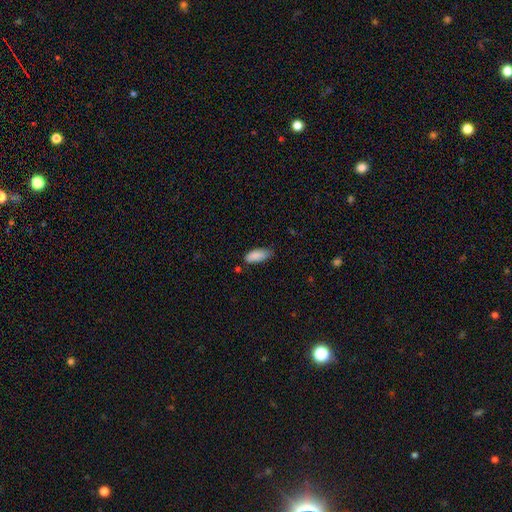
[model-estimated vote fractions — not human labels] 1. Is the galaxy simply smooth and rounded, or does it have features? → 88% smooth, 7% star or artifact, 6% featured or disk.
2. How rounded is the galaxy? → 81% in between, 17% cigar-shaped, 2% round.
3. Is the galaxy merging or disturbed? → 61% none, 31% minor disturbance, 5% major disturbance, 3% merger.